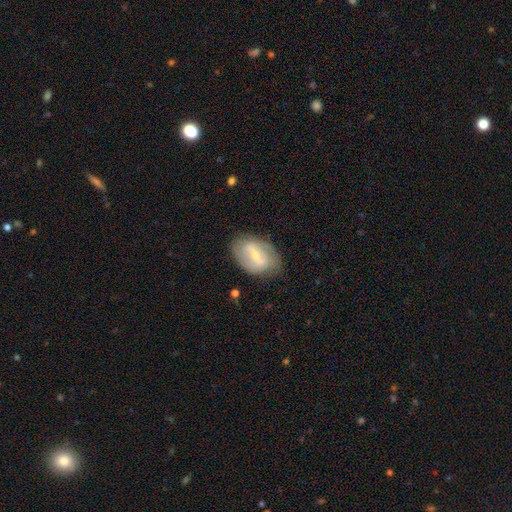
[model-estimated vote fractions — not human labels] Morphology: type=featured or disk (65%); edge-on=no (94%); bar=strong (45%); spiral arms=yes (56%); bulge=small (60%); merging=none (76%).